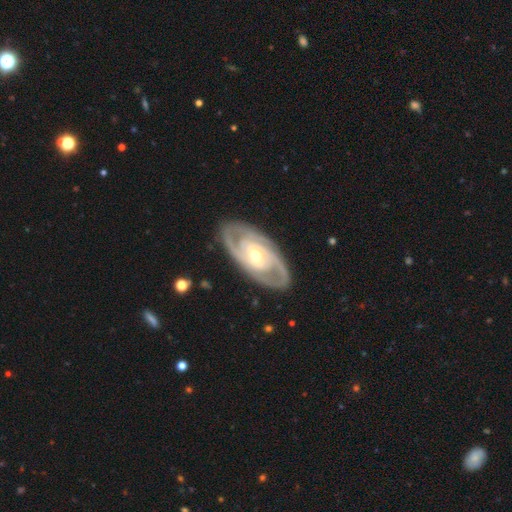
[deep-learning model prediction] This is clearly a featured or disk galaxy (89%). It is clearly not viewed edge-on (94%). Bar: possibly no (52%). Spiral arm pattern: clearly yes (95%). Spiral arm count: likely 2 (63%). Spiral winding: likely tight (66%). Central bulge: possibly moderate (57%). Merging: clearly none (84%).